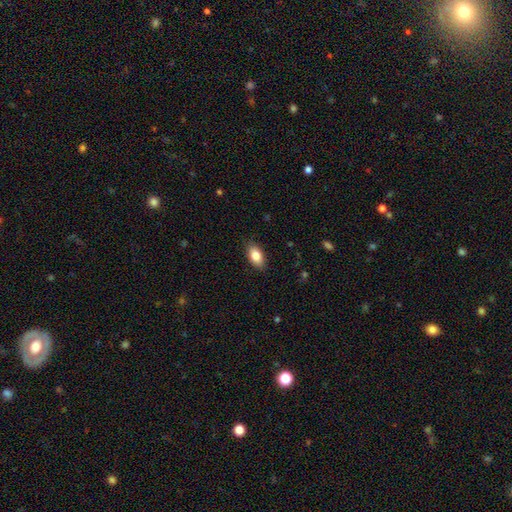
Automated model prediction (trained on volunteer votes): Morphology: type=smooth (84%); roundness=in between (91%); merging=none (86%).